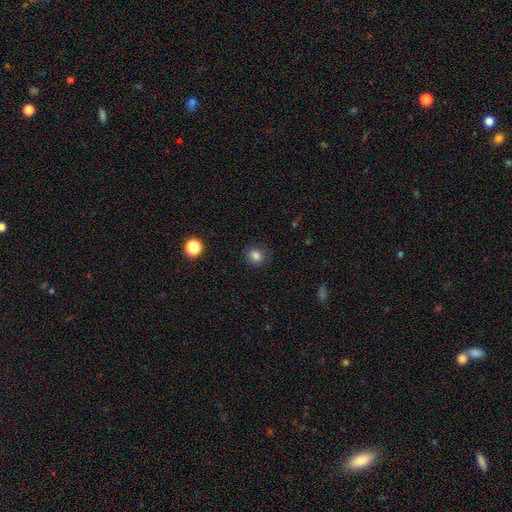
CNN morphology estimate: The model was most divided on "how rounded": round: 75%, in between: 24%, cigar-shaped: 1%. More confident: merging — none (89%); smooth or featured — smooth (83%).